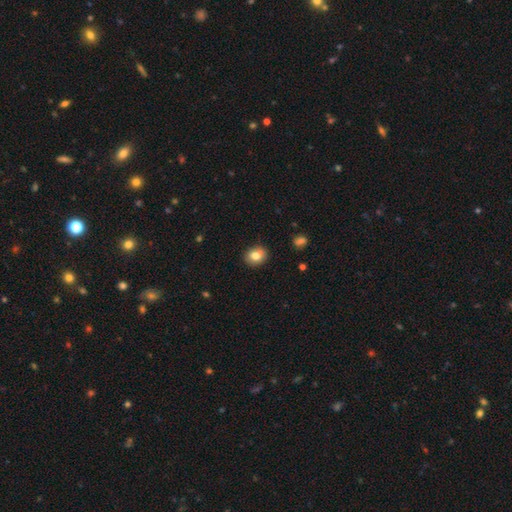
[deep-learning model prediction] Smooth or featured? Predicted: smooth (p=0.82). How rounded? Predicted: round (p=0.60). Merging? Predicted: none (p=0.89).